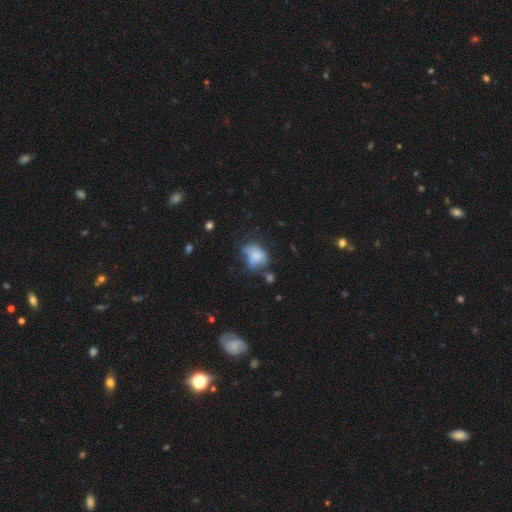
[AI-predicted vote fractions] This appears to be a smooth galaxy with no disk features (72%) that is in between round and cigar-shaped (62%). Merging: none (34%).